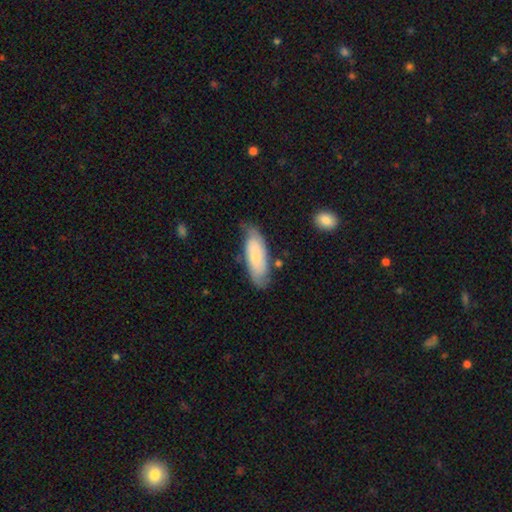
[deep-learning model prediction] A smooth galaxy with no disk features (55%) that is in between round and cigar-shaped (70%).

Vote fractions:
- Smooth or featured? smooth: 55% / featured or disk: 39% / star or artifact: 6%
- How rounded? in between: 70% / cigar-shaped: 28% / round: 2%
- Merging? none: 67% / minor disturbance: 24% / major disturbance: 6% / merger: 3%